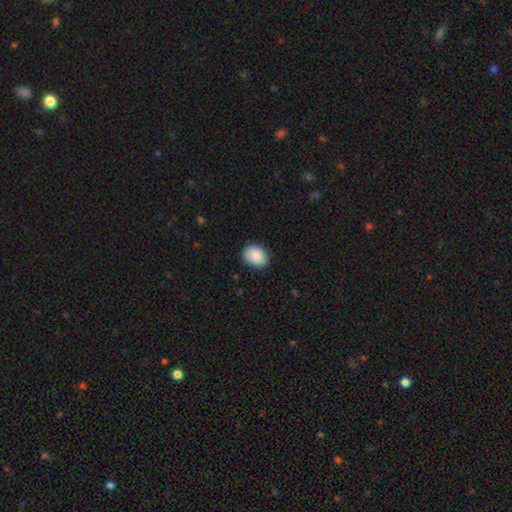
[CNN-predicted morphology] Smooth or featured: smooth — 88% (star or artifact — 7%)
How rounded: in between — 63% (round — 36%)
Merging: none — 85% (minor disturbance — 11%)